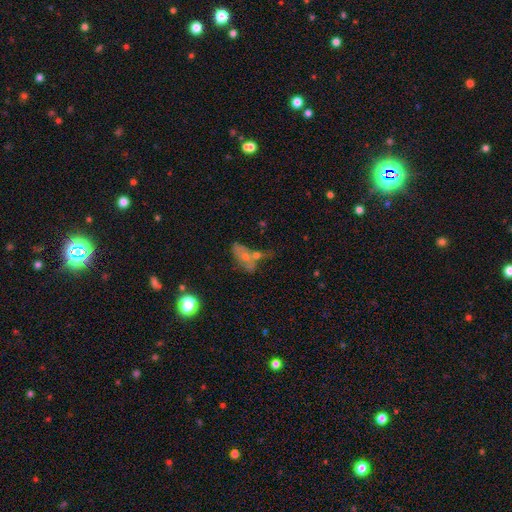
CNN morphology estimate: Overall: smooth (40%; star or artifact 31%). Merging: none (39%; merger 29%).